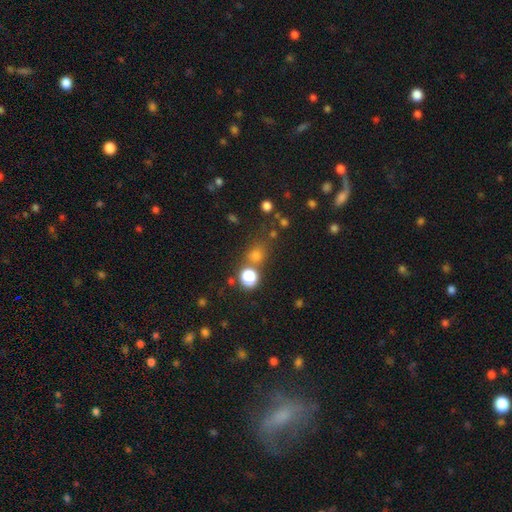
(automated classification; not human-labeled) This is likely a smooth galaxy (65%). How rounded: likely round (79%). Merging: likely none (69%).